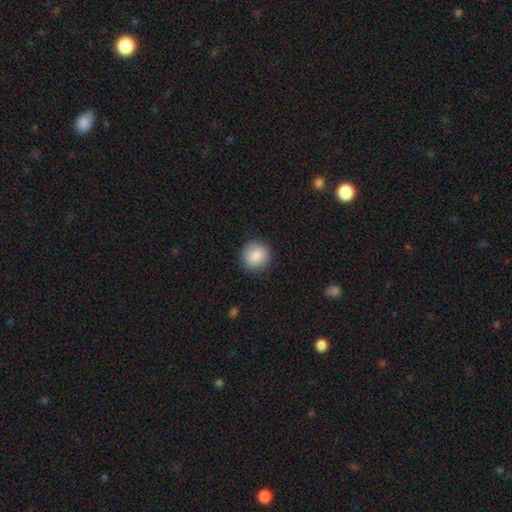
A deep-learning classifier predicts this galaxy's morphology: Smooth or featured: smooth — 87% (star or artifact — 8%)
How rounded: round — 93% (in between — 6%)
Merging: none — 90% (minor disturbance — 7%)